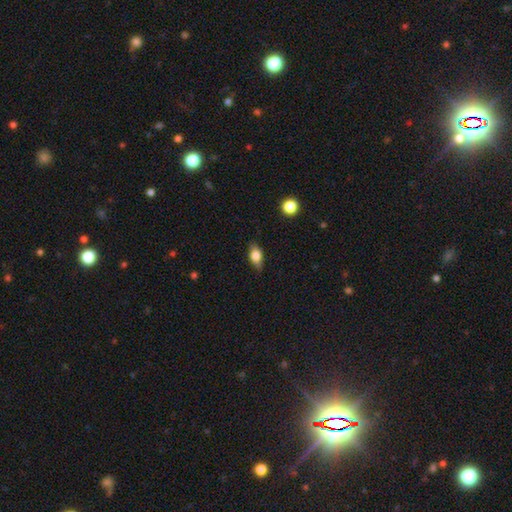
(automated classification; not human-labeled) Overall: smooth (75%). How rounded: in between (82%). Merging: none (81%).